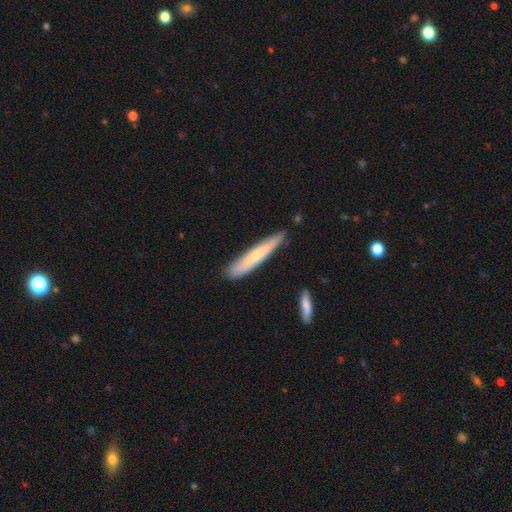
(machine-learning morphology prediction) type=smooth (62%); roundness=cigar-shaped (93%); merging=none (81%).